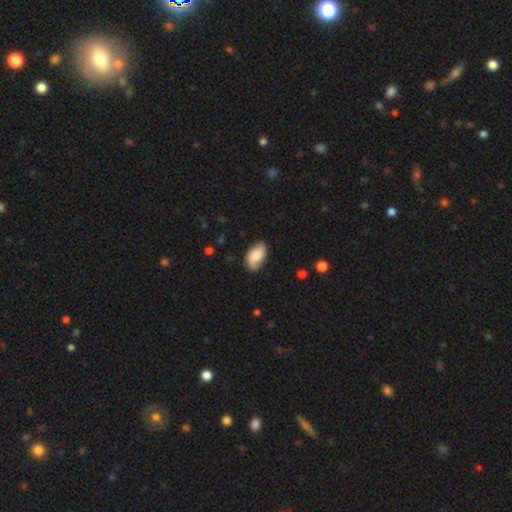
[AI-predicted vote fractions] The model was most divided on "smooth or featured": smooth: 53%, featured or disk: 40%, star or artifact: 8%. More confident: how rounded — in between (91%); merging — none (66%).